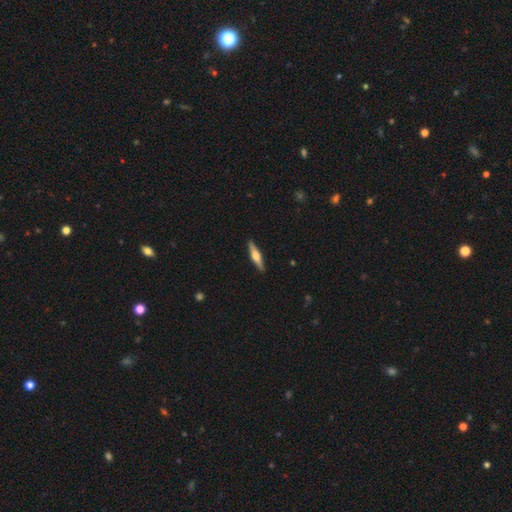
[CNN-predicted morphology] smooth_or_featured: featured or disk (p=0.62) [alt: smooth p=0.33]
disk_edge_on: yes (p=0.97) [alt: no p=0.03]
edge_on_bulge: rounded (p=0.93) [alt: boxy p=0.05]
merging: none (p=0.91) [alt: minor disturbance p=0.06]